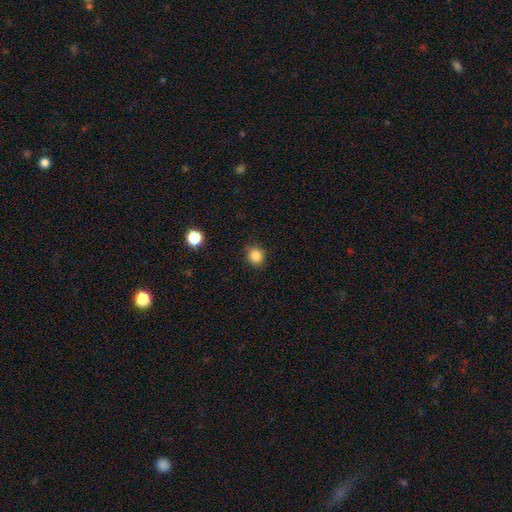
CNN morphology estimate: Smooth or featured?
  - smooth: 85% *
  - star or artifact: 11%
  - featured or disk: 4%
How rounded?
  - round: 82% *
  - in between: 17%
  - cigar-shaped: 1%
Merging?
  - none: 85% *
  - minor disturbance: 11%
  - major disturbance: 3%
  - merger: 1%